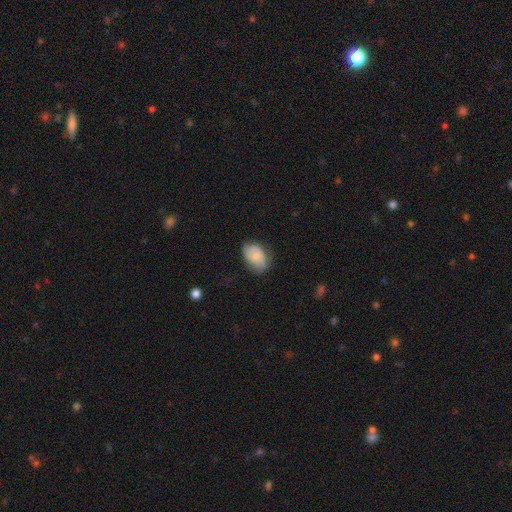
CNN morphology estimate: Overall: smooth (76%). How rounded: in between (86%). Merging: none (61%; minor disturbance 29%).